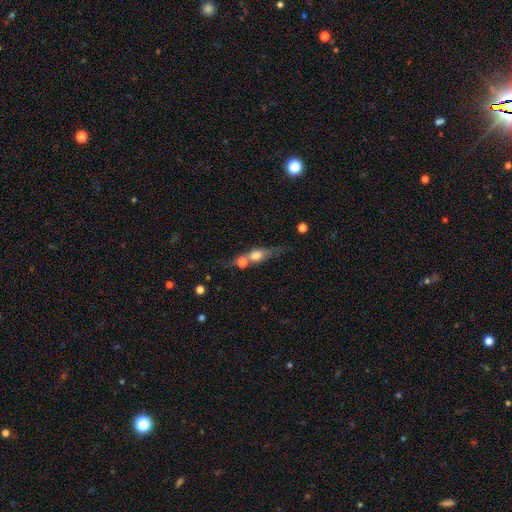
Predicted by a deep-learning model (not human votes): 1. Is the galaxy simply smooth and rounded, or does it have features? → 48% smooth, 42% featured or disk, 10% star or artifact.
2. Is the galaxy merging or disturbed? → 46% merger, 35% none, 11% minor disturbance, 8% major disturbance.